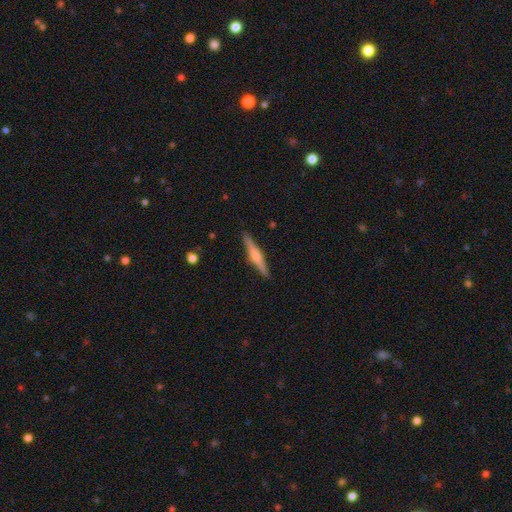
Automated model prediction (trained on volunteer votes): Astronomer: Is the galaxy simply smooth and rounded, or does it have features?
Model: featured or disk — 58% (runner-up: smooth, 36%).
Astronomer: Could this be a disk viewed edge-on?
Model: yes — 98%.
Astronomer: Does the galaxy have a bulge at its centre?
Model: rounded — 70%.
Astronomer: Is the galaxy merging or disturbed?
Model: none — 90%.